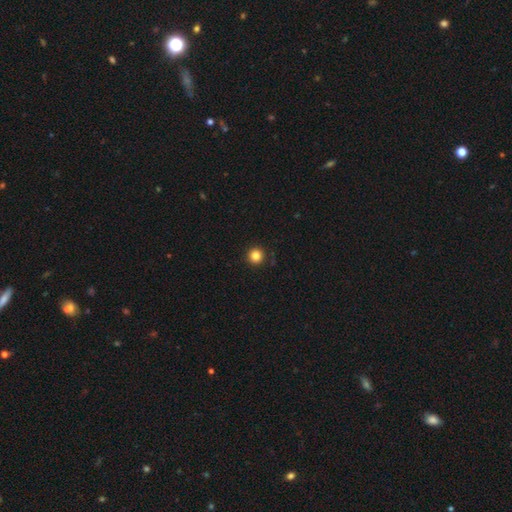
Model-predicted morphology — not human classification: type=smooth (84%); roundness=round (96%); merging=none (93%).